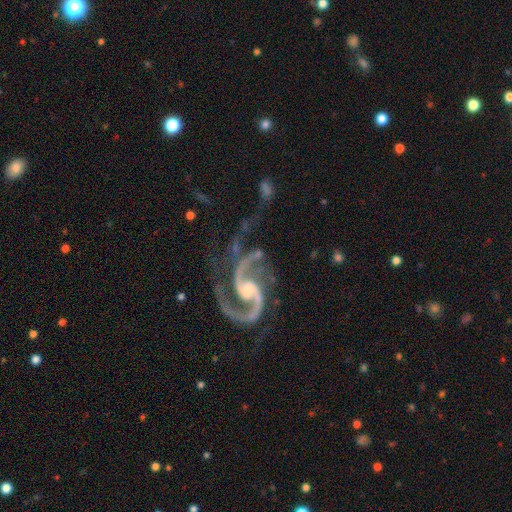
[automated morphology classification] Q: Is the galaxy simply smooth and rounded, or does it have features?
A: featured or disk — 93%.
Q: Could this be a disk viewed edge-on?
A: no — 98%.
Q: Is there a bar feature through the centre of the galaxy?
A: no — 46%.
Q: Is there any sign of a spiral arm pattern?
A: yes — 98%.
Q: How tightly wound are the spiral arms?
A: medium — 57%.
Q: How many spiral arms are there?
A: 2 — 90%.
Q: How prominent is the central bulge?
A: small — 56%.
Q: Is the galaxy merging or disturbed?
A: none — 49%.